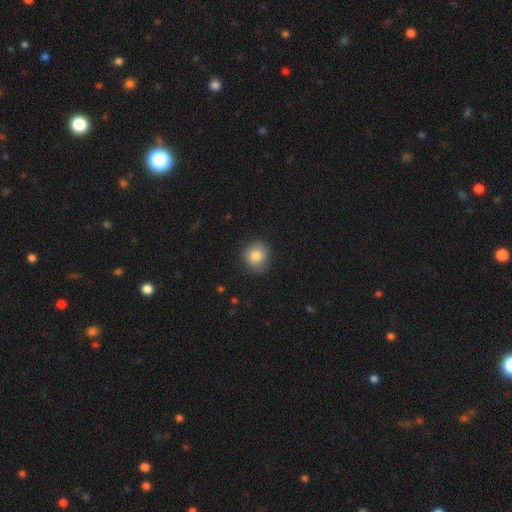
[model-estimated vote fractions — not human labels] Smooth or featured? smooth (84%)
How rounded? round (89%)
Merging? none (86%)